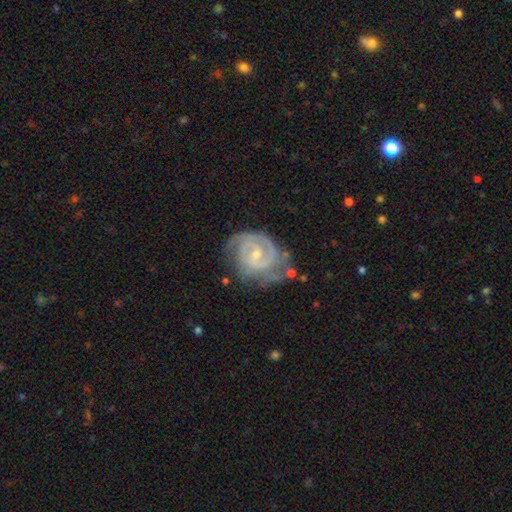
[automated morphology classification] The model was most divided on "bar" (2-way tie): weak: 45%, no: 45%, strong: 10%. More confident: edge-on disk — no (98%); spiral arms — yes (98%); smooth or featured — featured or disk (90%); spiral arm count — 2 (68%); bulge size — small (66%); spiral winding — tight (66%); merging — none (61%).